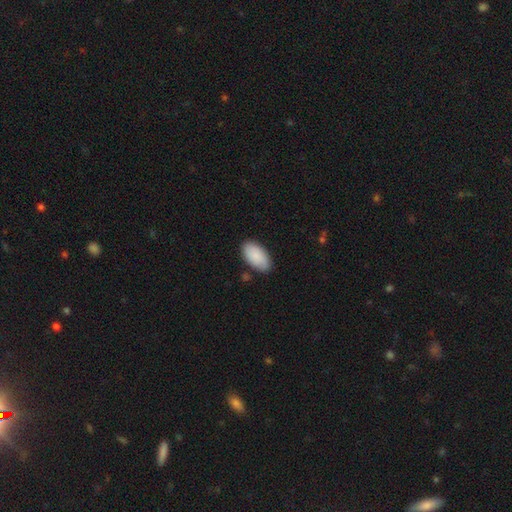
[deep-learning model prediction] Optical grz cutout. It shows a smooth galaxy with no disk features (84%) that is in between round and cigar-shaped (95%). Merging: none (83%).